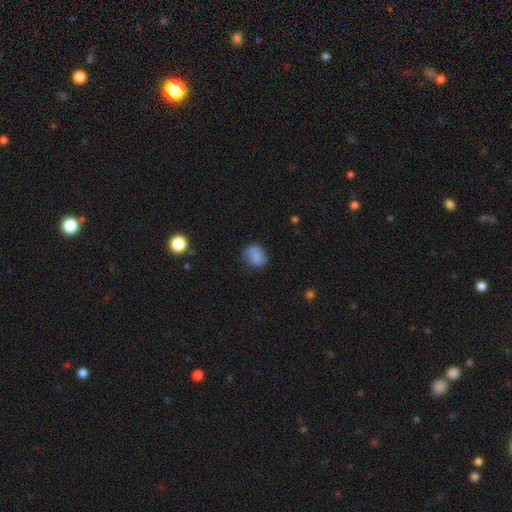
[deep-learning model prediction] A smooth galaxy with no disk features (77%) that is in between round and cigar-shaped (50%). Merging: none (62%).